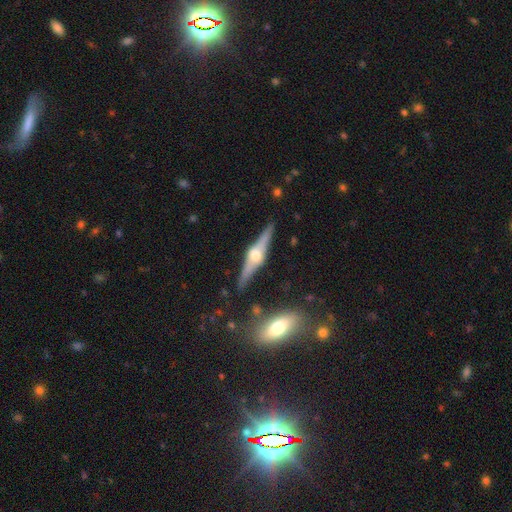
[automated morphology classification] Q: Smooth or featured?
A: featured or disk (81%); runner-up: smooth (13%)
Q: Edge-on disk?
A: yes (97%); runner-up: no (3%)
Q: Edge-on bulge?
A: rounded (93%); runner-up: boxy (5%)
Q: Merging?
A: none (86%); runner-up: minor disturbance (9%)